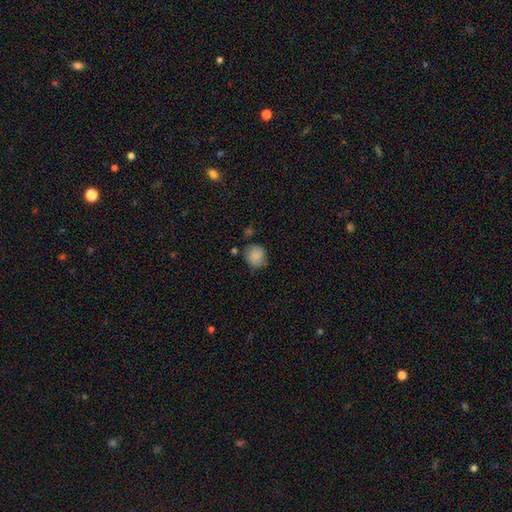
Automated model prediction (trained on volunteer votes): Smooth or featured? Predicted: smooth (p=0.87). How rounded? Predicted: round (p=0.84). Merging? Predicted: none (p=0.72).